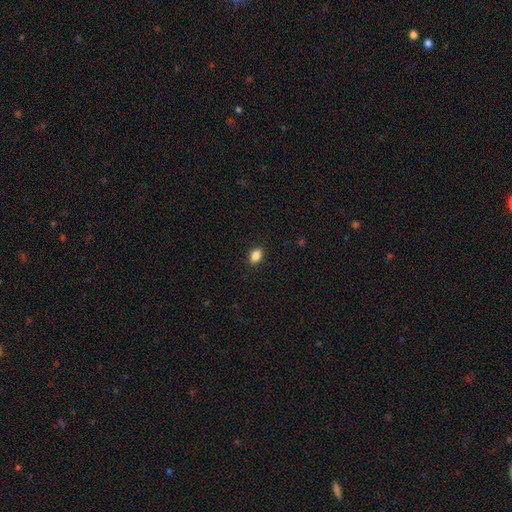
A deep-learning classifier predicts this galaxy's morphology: smooth-or-featured: smooth: 87% | star or artifact: 9% | featured or disk: 4%
  how-rounded: in between: 82% | round: 16% | cigar-shaped: 2%
  merging: none: 89% | minor disturbance: 8% | major disturbance: 2% | merger: 1%